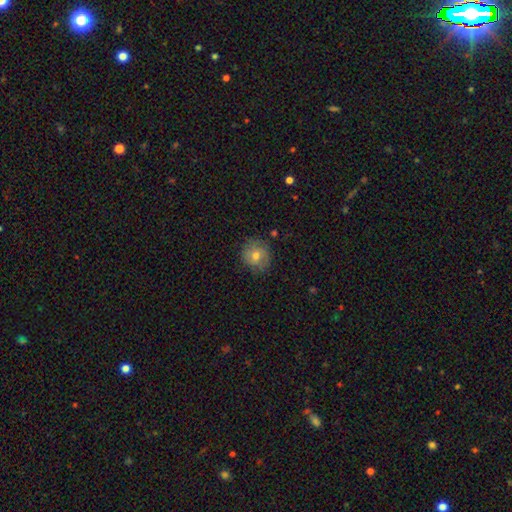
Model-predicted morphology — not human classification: A smooth galaxy with no disk features (63%) that is round (86%).

Vote fractions:
- Smooth or featured? smooth: 63% / featured or disk: 28% / star or artifact: 9%
- How rounded? round: 86% / in between: 13% / cigar-shaped: 1%
- Merging? none: 76% / minor disturbance: 18% / major disturbance: 4% / merger: 2%